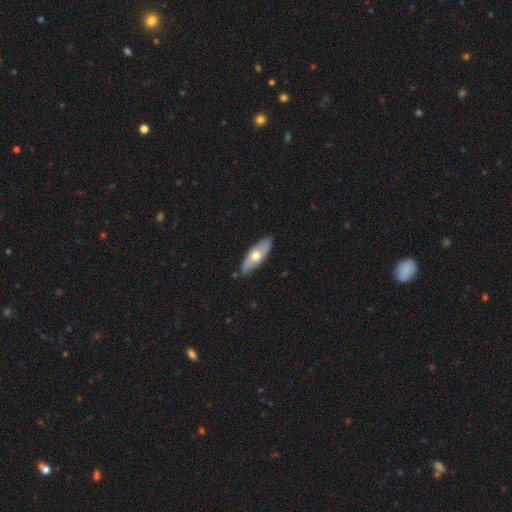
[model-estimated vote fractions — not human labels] Smooth or featured? smooth (52%)
How rounded? in between (67%)
Merging? none (84%)